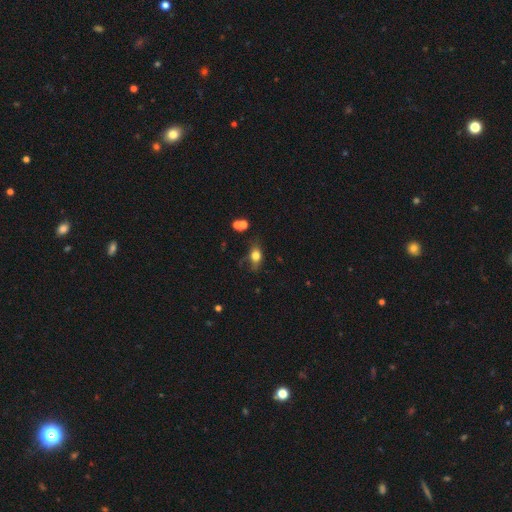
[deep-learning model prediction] Smooth or featured? smooth (68%)
How rounded? in between (68%)
Merging? none (56%)